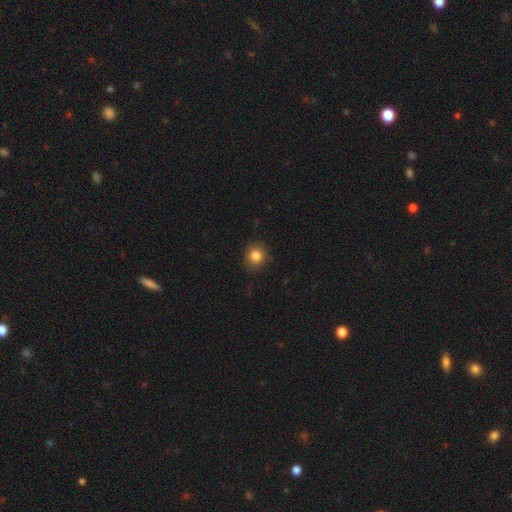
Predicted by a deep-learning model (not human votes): This appears to be a smooth galaxy with no disk features (84%) that is round (86%). Merging: none (86%).